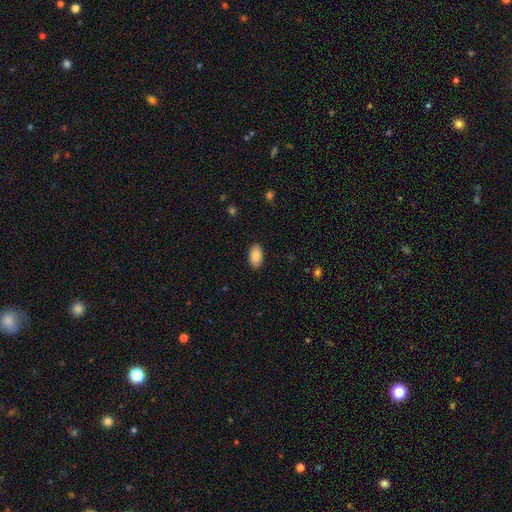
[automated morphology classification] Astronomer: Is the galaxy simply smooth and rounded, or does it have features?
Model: smooth — 86%.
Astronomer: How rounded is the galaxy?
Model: in between — 94%.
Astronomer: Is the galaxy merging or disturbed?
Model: none — 89%.